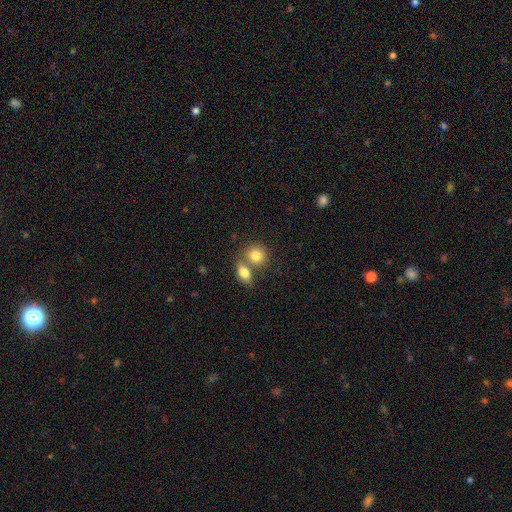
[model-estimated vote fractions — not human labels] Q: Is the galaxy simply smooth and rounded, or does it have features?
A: smooth — 82%.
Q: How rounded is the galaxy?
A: round — 71%.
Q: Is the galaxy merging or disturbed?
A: merger — 44%, tied with none.